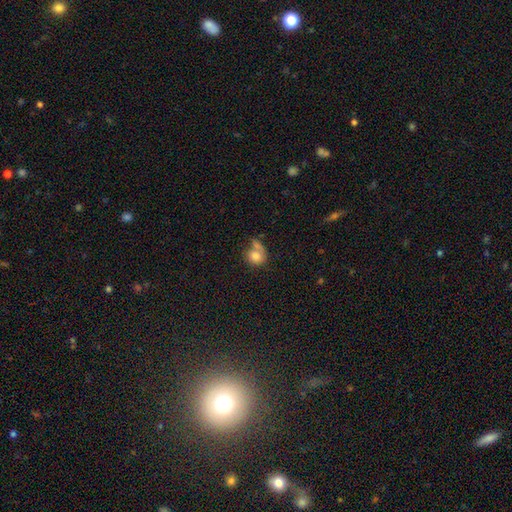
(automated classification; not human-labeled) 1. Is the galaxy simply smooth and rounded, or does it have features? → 79% smooth, 13% featured or disk, 9% star or artifact.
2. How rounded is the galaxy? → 70% round, 29% in between, 1% cigar-shaped.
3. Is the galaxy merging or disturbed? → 39% merger, 36% none, 14% minor disturbance, 11% major disturbance.